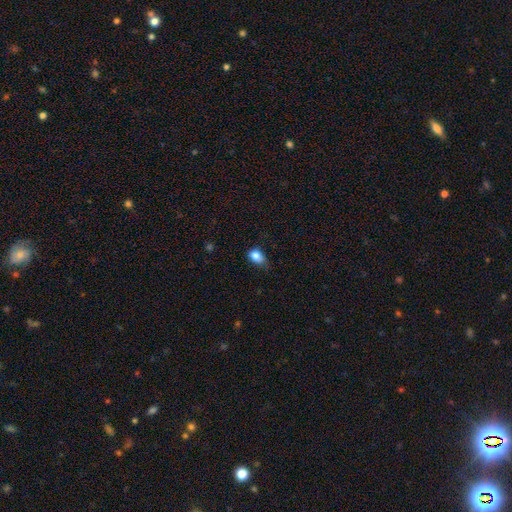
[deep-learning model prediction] smooth 84%, star or artifact 10%, featured or disk 7%. Down the decision tree: how rounded — in between (69%); merging — none (48%).